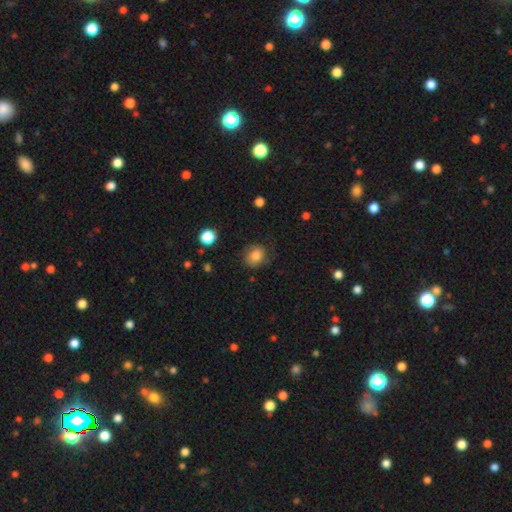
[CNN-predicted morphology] The model was most divided on "how rounded": round: 69%, in between: 30%, cigar-shaped: 1%. More confident: smooth or featured — smooth (78%); merging — none (70%).